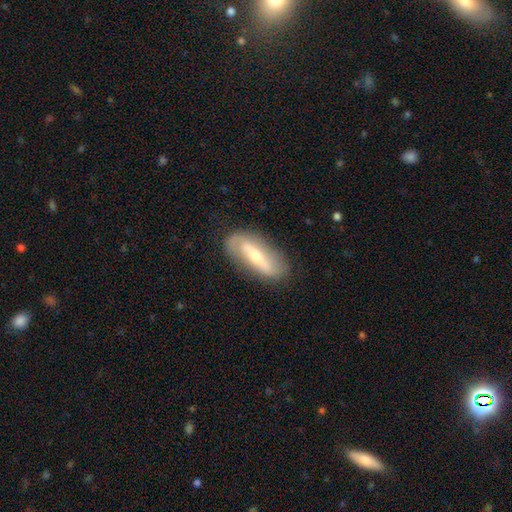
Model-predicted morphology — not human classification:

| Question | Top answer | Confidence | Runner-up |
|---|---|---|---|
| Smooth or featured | featured or disk | 60% | smooth (33%) |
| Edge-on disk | no | 74% | yes (26%) |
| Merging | none | 78% | minor disturbance (16%) |